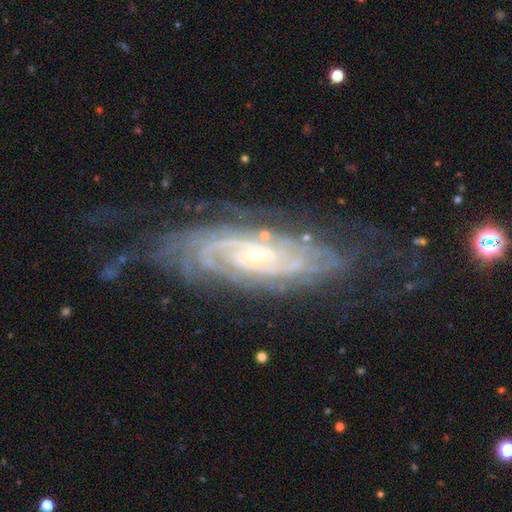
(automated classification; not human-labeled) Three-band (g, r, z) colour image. It shows a featured or disk galaxy (90%) with no bar (61%), tight (77%) spiral arms (98%) and a small central bulge (79%). Merging: none (69%).